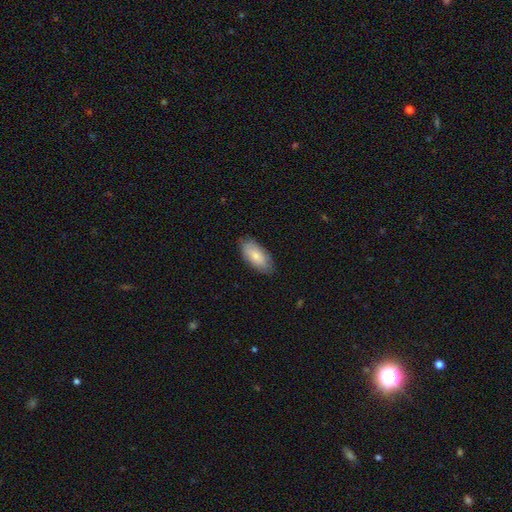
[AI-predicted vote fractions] smooth-or-featured: smooth: 79% | featured or disk: 15% | star or artifact: 6%
  how-rounded: in between: 90% | cigar-shaped: 8% | round: 2%
  merging: none: 82% | minor disturbance: 15% | major disturbance: 2% | merger: 1%